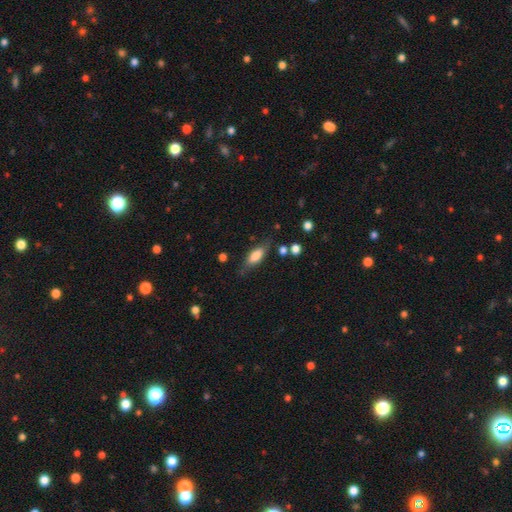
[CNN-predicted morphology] type=smooth (72%); roundness=in between (72%); merging=none (70%).